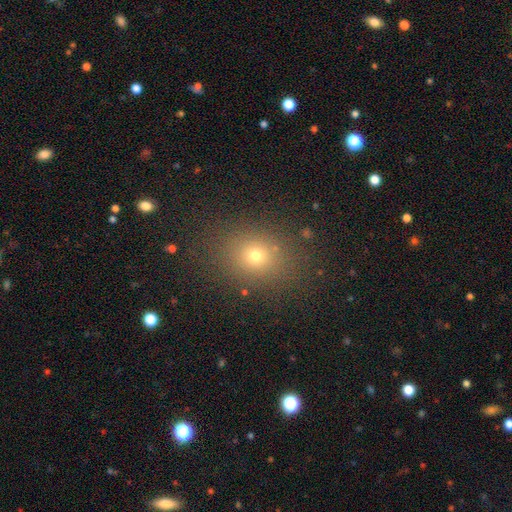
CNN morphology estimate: Smooth or featured? smooth (69%)
How rounded? round (59%)
Merging? none (85%)